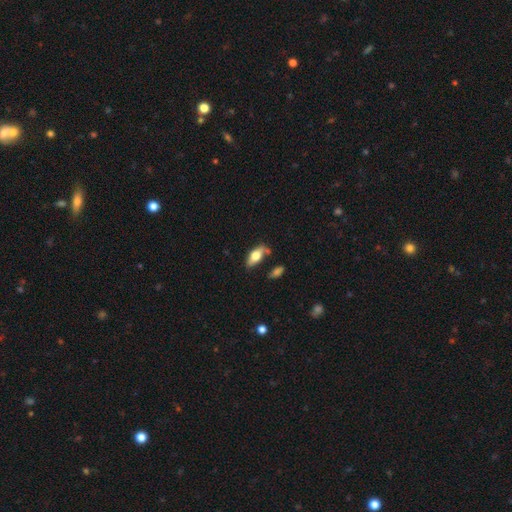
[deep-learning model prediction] This appears to be a smooth galaxy with no disk features (65%) that is in between round and cigar-shaped (83%). Merging: none (58%).